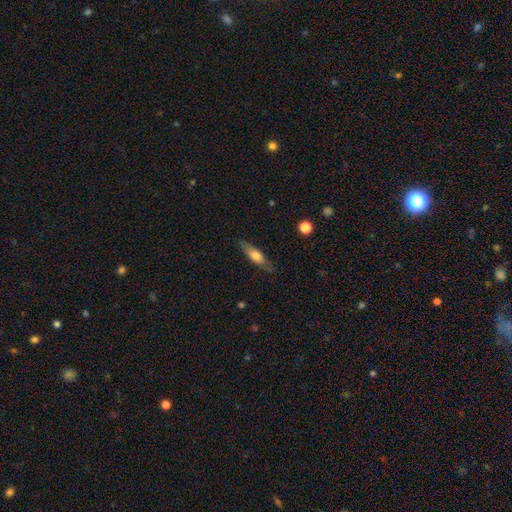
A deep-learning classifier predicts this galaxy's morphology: smooth-or-featured: smooth: 57% | featured or disk: 36% | star or artifact: 6%
  how-rounded: cigar-shaped: 60% | in between: 38% | round: 3%
  merging: none: 79% | minor disturbance: 16% | major disturbance: 4% | merger: 1%